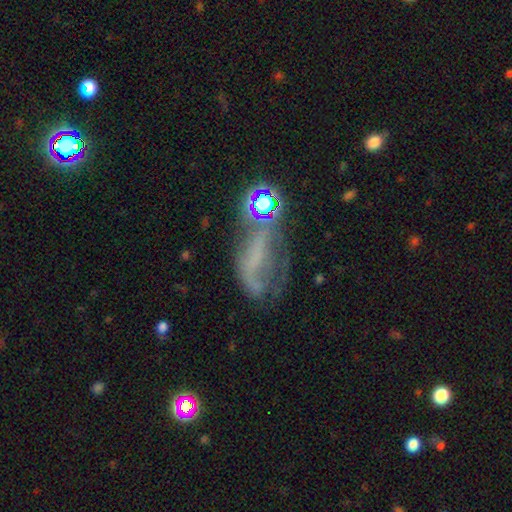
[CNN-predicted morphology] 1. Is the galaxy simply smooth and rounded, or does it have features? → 46% featured or disk, 28% smooth, 26% star or artifact.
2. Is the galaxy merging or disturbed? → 38% major disturbance, 31% none, 22% minor disturbance, 9% merger.